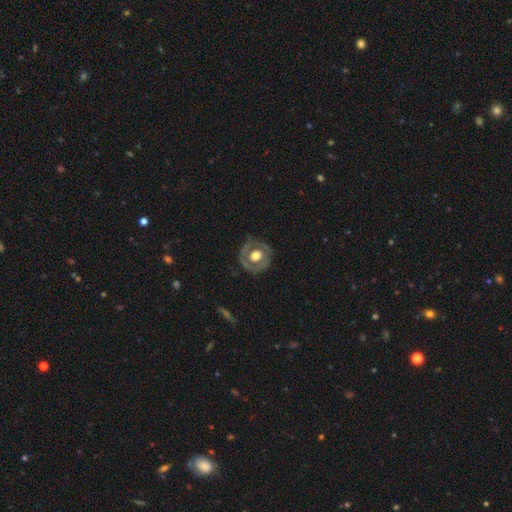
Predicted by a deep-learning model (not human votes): Q: Smooth or featured?
A: featured or disk (60%); runner-up: smooth (35%)
Q: Edge-on disk?
A: no (95%); runner-up: yes (5%)
Q: Bar?
A: no (83%); runner-up: weak (13%)
Q: Spiral arms?
A: no (78%); runner-up: yes (22%)
Q: Bulge size?
A: moderate (49%); runner-up: large (44%)
Q: Merging?
A: none (77%); runner-up: minor disturbance (15%)